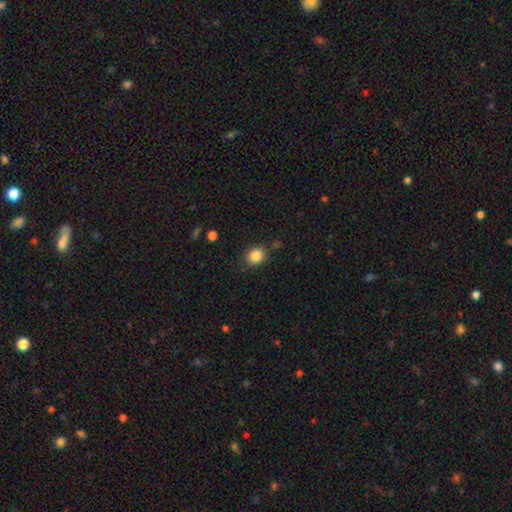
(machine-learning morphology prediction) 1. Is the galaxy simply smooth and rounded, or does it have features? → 85% smooth, 10% star or artifact, 5% featured or disk.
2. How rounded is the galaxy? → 75% round, 24% in between, 1% cigar-shaped.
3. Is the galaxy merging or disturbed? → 82% none, 12% minor disturbance, 3% major disturbance, 3% merger.